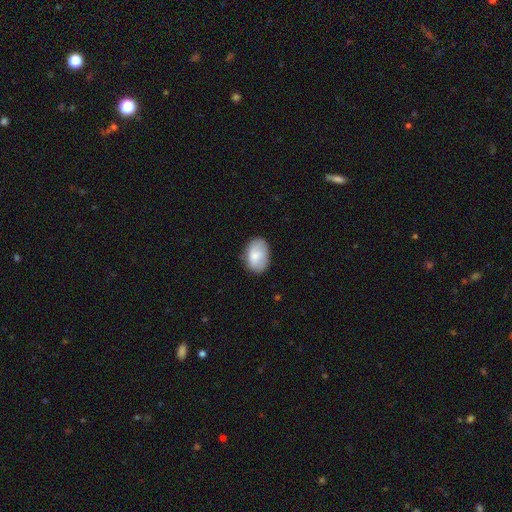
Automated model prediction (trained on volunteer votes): This is likely a smooth galaxy (76%). How rounded: clearly in between (85%). Merging: likely none (75%).